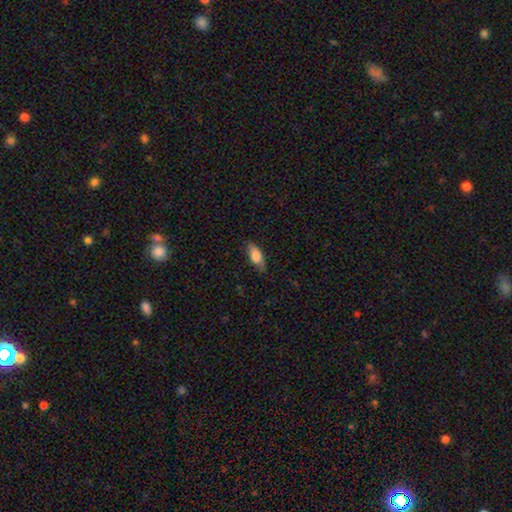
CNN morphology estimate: smooth_or_featured: smooth (p=0.80) [alt: featured or disk p=0.14]
how_rounded: in between (p=0.79) [alt: cigar-shaped p=0.19]
merging: none (p=0.79) [alt: minor disturbance p=0.17]